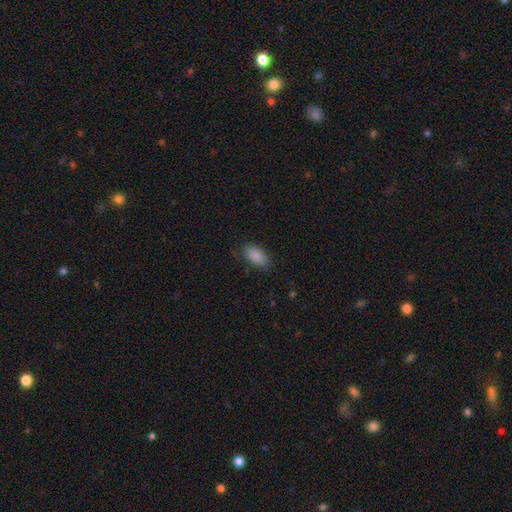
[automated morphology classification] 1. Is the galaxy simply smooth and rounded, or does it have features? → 89% smooth, 7% star or artifact, 4% featured or disk.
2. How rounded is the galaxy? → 93% in between, 4% cigar-shaped, 4% round.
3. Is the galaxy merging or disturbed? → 81% none, 14% minor disturbance, 4% major disturbance, 1% merger.